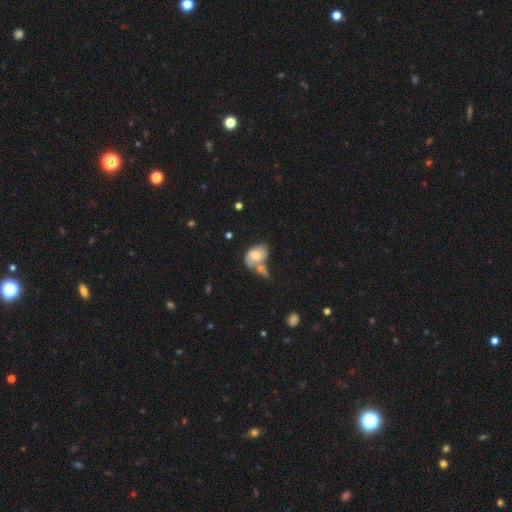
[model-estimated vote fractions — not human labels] This appears to be a smooth galaxy with no disk features (51%) that is in between round and cigar-shaped (74%). Merging: merger (47%).